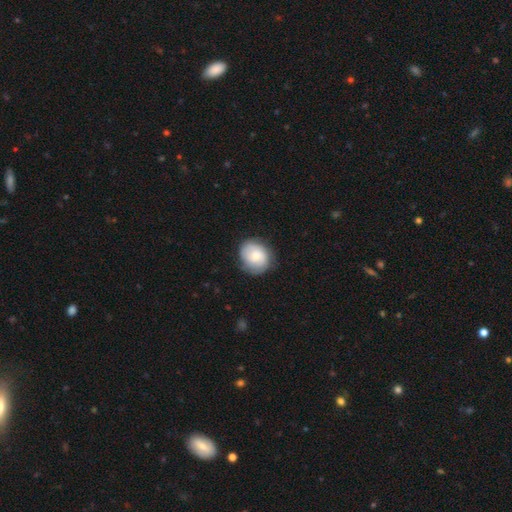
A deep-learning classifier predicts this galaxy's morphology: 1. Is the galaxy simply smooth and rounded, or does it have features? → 62% smooth, 32% featured or disk, 7% star or artifact.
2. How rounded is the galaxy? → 70% round, 29% in between, 1% cigar-shaped.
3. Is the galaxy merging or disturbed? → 77% none, 17% minor disturbance, 5% major disturbance, 1% merger.